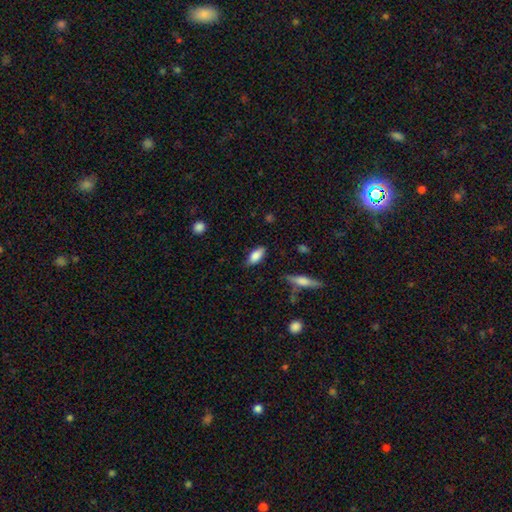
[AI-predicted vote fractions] Smooth or featured? smooth (82%)
How rounded? in between (83%)
Merging? none (80%)